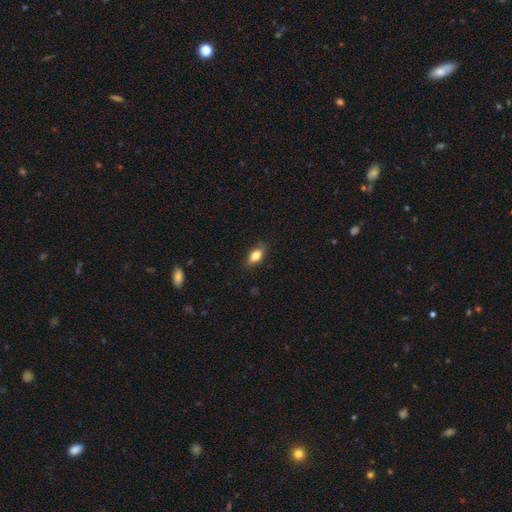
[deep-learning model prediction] The model was most divided on "smooth or featured": smooth: 78%, featured or disk: 15%, star or artifact: 8%. More confident: how rounded — in between (82%); merging — none (81%).